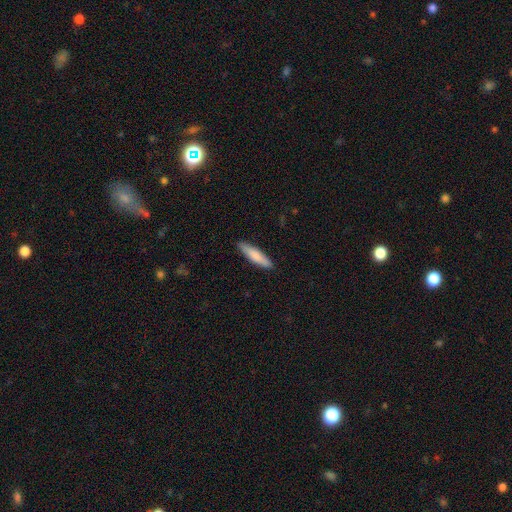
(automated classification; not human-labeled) Smooth or featured? smooth (79%)
How rounded? cigar-shaped (79%)
Merging? none (89%)